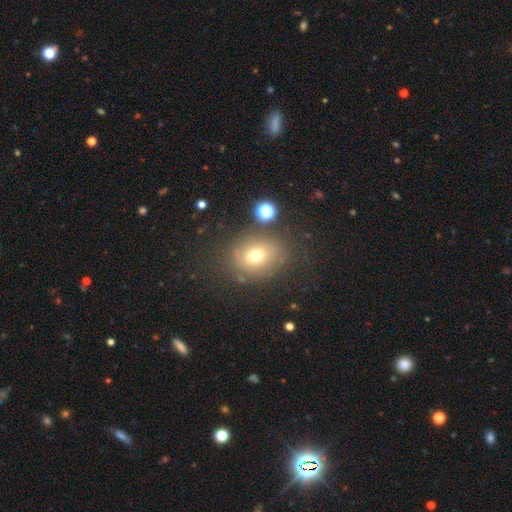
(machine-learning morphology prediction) Smooth or featured: smooth — 68% (star or artifact — 17%)
How rounded: round — 66% (in between — 33%)
Merging: none — 73% (minor disturbance — 14%)